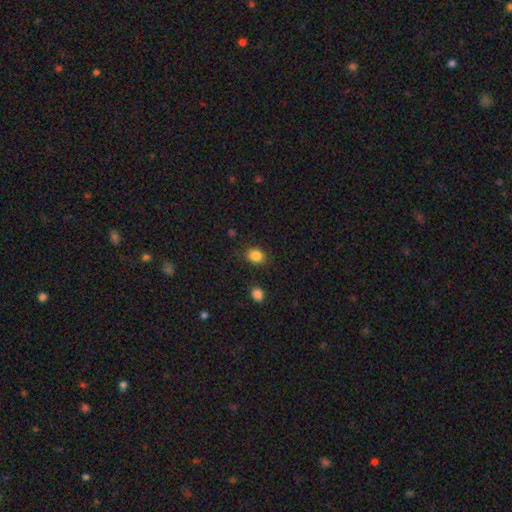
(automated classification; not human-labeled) The model was most divided on "how rounded": in between: 53%, round: 46%, cigar-shaped: 1%. More confident: smooth or featured — smooth (86%); merging — none (84%).